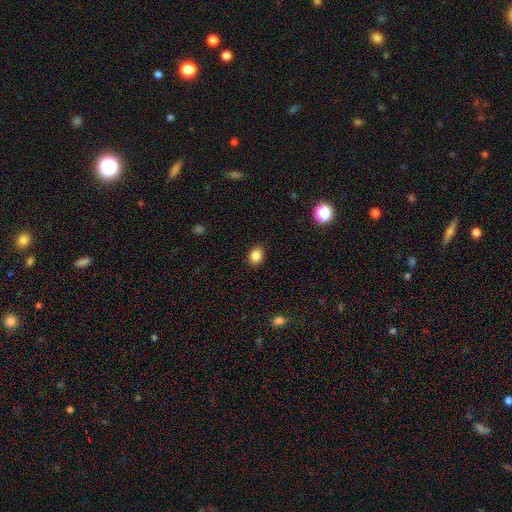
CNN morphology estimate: Smooth or featured?
  - smooth: 86% *
  - star or artifact: 10%
  - featured or disk: 4%
How rounded?
  - in between: 53% *
  - round: 46%
  - cigar-shaped: 1%
Merging?
  - none: 88% *
  - minor disturbance: 8%
  - major disturbance: 2%
  - merger: 1%